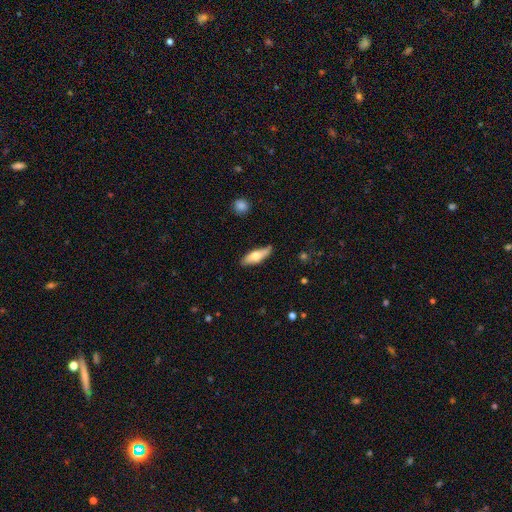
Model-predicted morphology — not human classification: Q: Smooth or featured?
A: smooth (63%); runner-up: featured or disk (31%)
Q: How rounded?
A: in between (51%); runner-up: cigar-shaped (46%)
Q: Merging?
A: none (77%); runner-up: minor disturbance (18%)